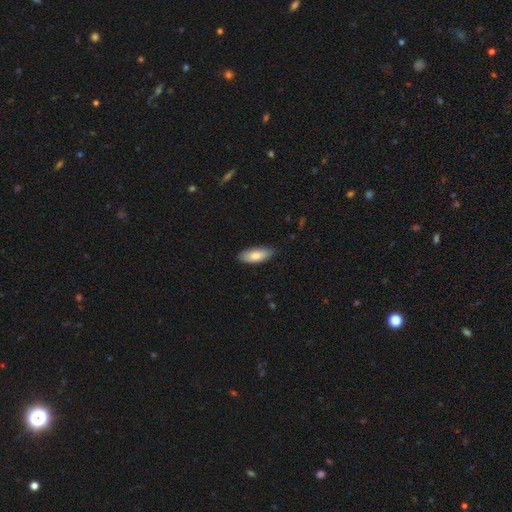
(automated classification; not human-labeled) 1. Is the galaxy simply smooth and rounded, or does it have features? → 82% smooth, 13% featured or disk, 5% star or artifact.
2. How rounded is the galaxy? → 78% in between, 20% cigar-shaped, 2% round.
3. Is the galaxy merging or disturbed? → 84% none, 13% minor disturbance, 2% major disturbance, 1% merger.